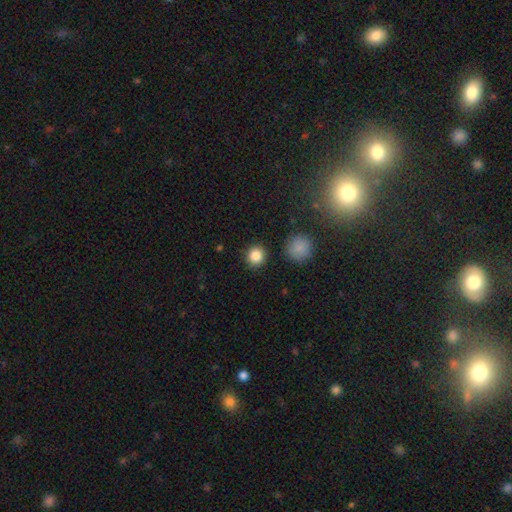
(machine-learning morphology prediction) This is clearly a smooth galaxy (85%). How rounded: clearly round (90%). Merging: clearly none (89%).